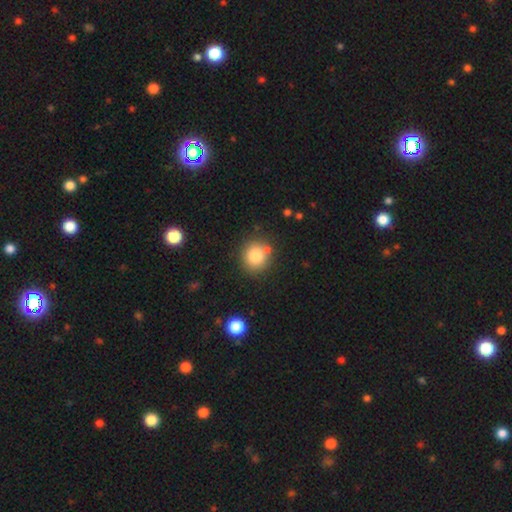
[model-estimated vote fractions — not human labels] A smooth galaxy with no disk features (79%) that is round (88%). Merging: none (79%).